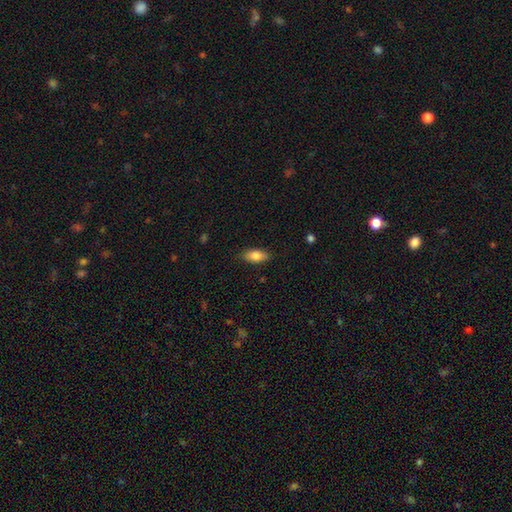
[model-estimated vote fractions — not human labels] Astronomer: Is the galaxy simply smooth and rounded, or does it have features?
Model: smooth — 83%.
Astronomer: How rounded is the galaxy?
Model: in between — 88%.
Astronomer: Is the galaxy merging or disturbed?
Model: none — 85%.